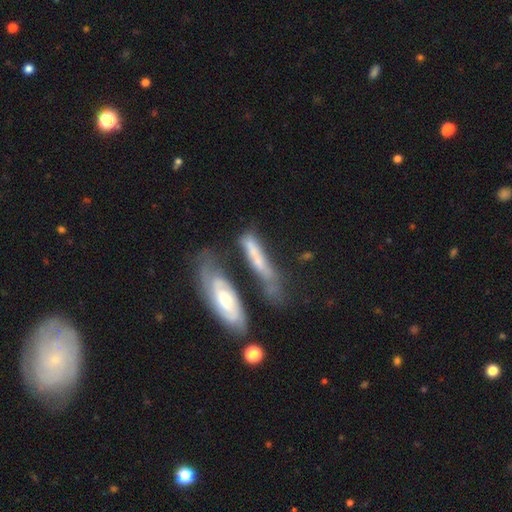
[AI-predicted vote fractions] Smooth or featured? featured or disk (49%)
Merging? none (37%)